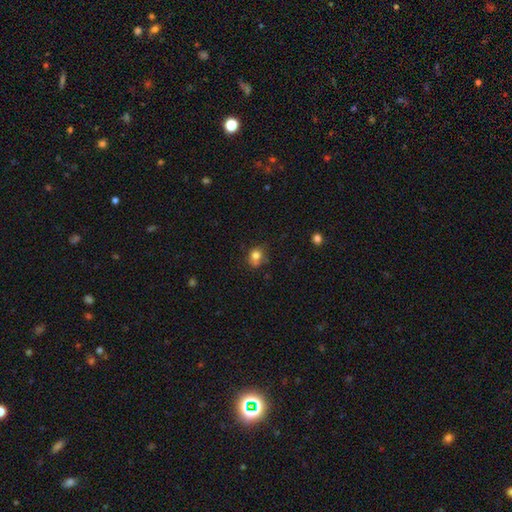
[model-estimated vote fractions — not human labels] A smooth galaxy with no disk features (77%) that is round (74%). Merging: none (58%).